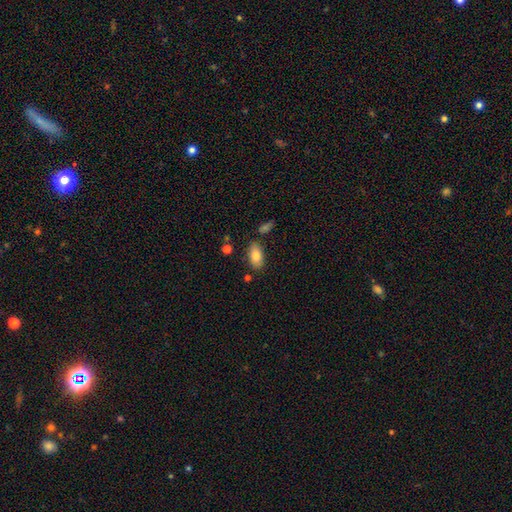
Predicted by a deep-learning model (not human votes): smooth 82%, featured or disk 11%, star or artifact 7%. Down the decision tree: how rounded — in between (92%); merging — none (81%).